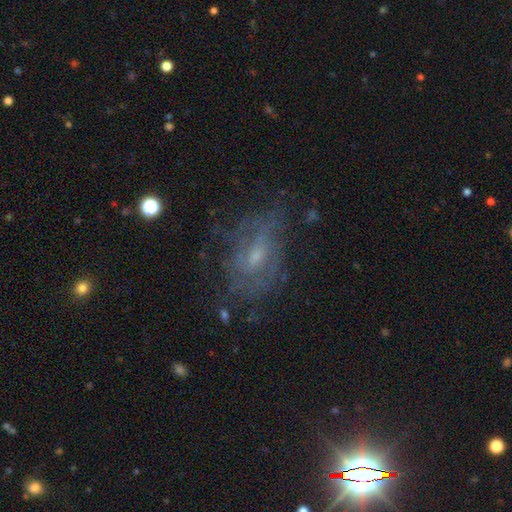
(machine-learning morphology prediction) Smooth or featured: featured or disk — 56% (smooth — 26%)
Edge-on disk: no — 91% (yes — 9%)
Bar: no — 51% (weak — 40%)
Spiral arms: yes — 59% (no — 41%)
Bulge size: small — 51% (moderate — 36%)
Merging: none — 59% (minor disturbance — 22%)